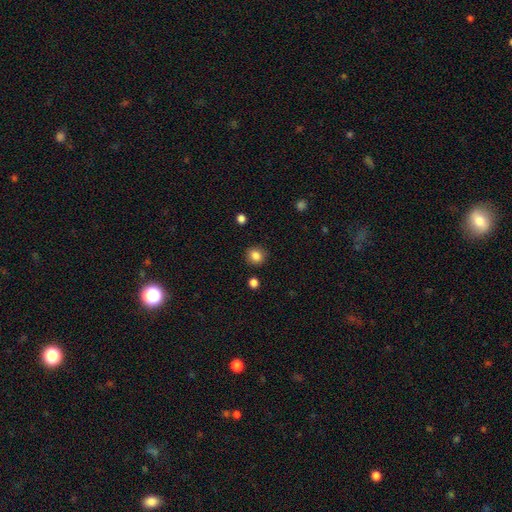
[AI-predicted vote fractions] smooth_or_featured: smooth (p=0.85) [alt: star or artifact p=0.10]
how_rounded: round (p=0.78) [alt: in between p=0.21]
merging: none (p=0.87) [alt: minor disturbance p=0.08]